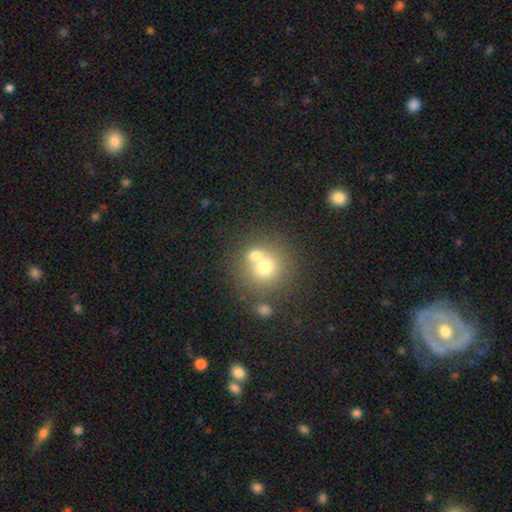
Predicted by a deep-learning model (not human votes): This appears to be a smooth galaxy with no disk features (67%) that is round (87%). Merging: merger (45%).